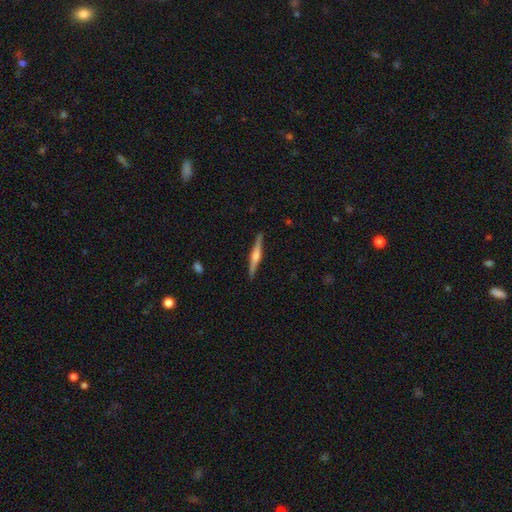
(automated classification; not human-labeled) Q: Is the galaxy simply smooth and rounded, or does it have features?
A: featured or disk — 74%.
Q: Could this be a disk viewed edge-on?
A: yes — 98%.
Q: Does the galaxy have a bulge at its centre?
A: rounded — 81%.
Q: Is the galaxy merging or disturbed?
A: none — 91%.